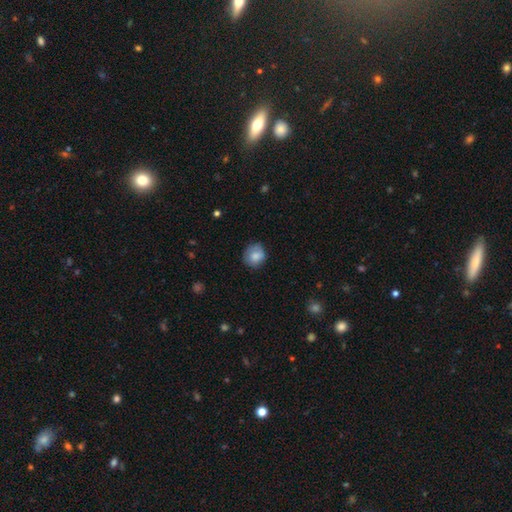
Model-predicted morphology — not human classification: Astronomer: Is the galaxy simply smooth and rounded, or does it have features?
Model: smooth — 80%.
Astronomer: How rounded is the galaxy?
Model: round — 79%.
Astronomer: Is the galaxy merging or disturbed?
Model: none — 70%.